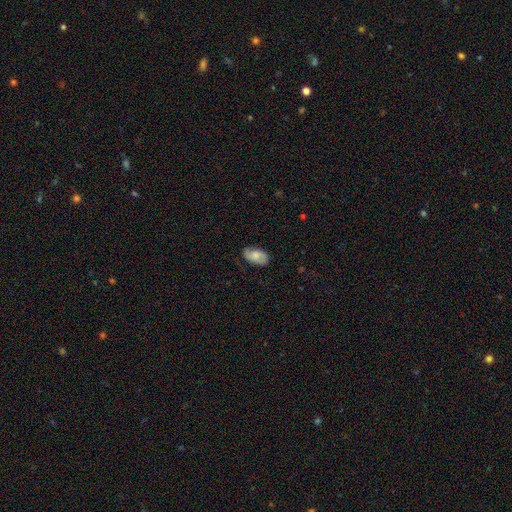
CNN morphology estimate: This appears to be a smooth galaxy with no disk features (66%) that is in between round and cigar-shaped (94%). Merging: none (73%).